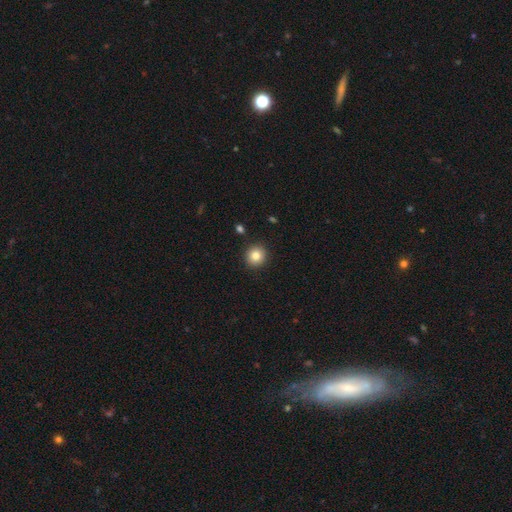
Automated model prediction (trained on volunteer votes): The model was most divided on "smooth or featured": smooth: 84%, star or artifact: 10%, featured or disk: 6%. More confident: merging — none (91%); how rounded — round (91%).